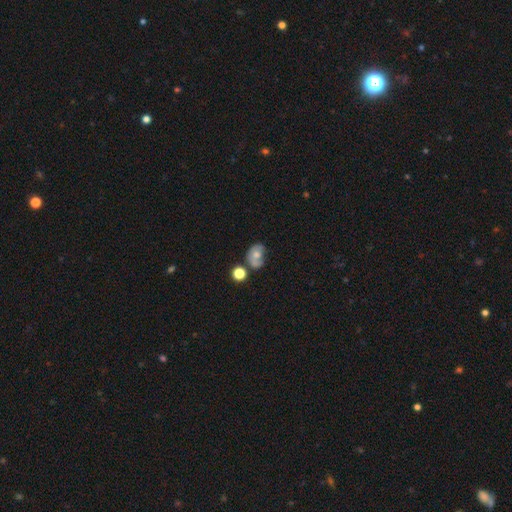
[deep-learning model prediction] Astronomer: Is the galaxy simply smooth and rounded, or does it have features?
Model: smooth — 55% (runner-up: featured or disk, 34%).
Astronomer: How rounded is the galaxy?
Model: in between — 62%.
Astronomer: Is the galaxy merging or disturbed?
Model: none — 35% (runner-up: minor disturbance, 25%).